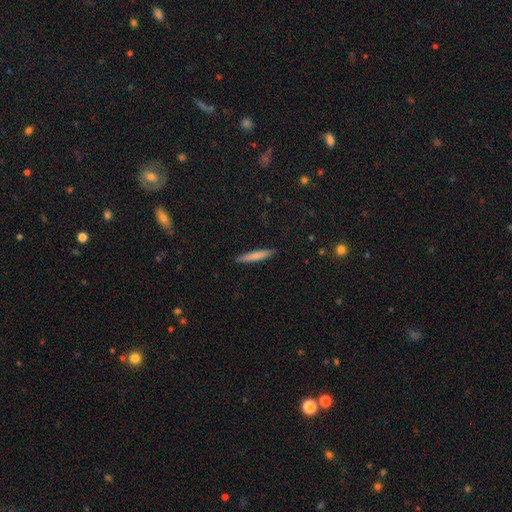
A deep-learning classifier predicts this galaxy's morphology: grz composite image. It shows a smooth galaxy with no disk features (79%) that is cigar-shaped (92%). Merging: none (90%).